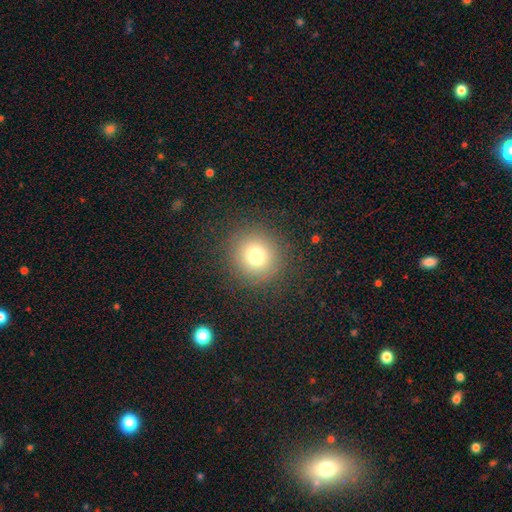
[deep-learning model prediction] Smooth or featured: smooth — 75% (star or artifact — 16%)
How rounded: round — 94% (in between — 5%)
Merging: none — 89% (minor disturbance — 7%)